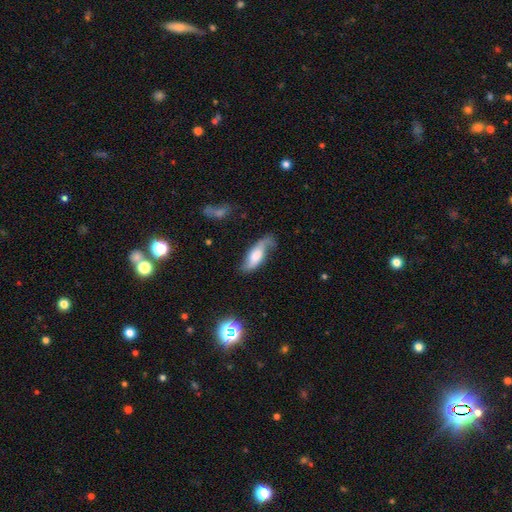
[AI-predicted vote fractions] This appears to be a featured or disk galaxy (49%). Merging: none (54%).